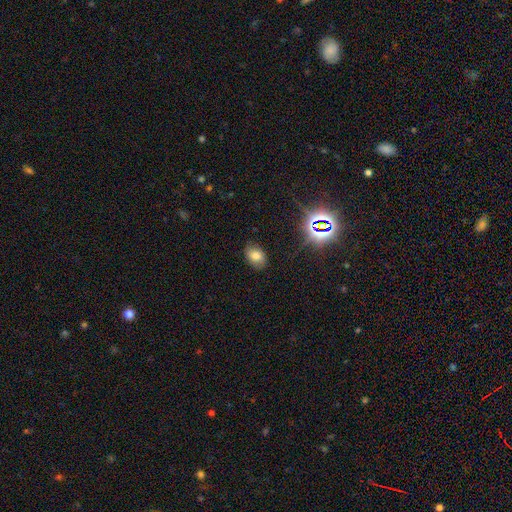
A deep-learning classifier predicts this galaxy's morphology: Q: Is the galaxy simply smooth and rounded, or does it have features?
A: smooth — 72%.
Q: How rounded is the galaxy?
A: in between — 79%.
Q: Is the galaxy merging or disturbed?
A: none — 83%.